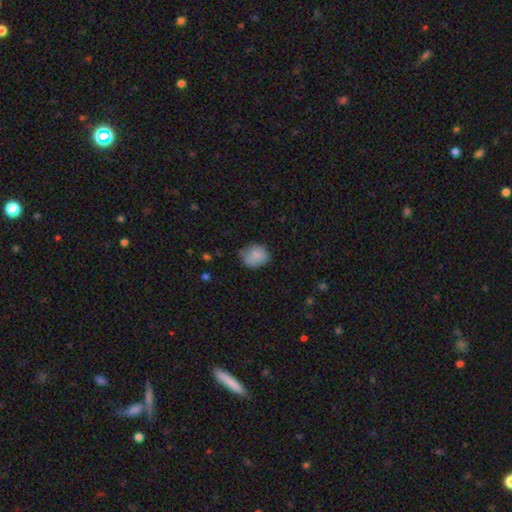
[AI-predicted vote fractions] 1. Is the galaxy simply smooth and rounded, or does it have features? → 84% smooth, 8% star or artifact, 8% featured or disk.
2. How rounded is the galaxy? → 62% round, 37% in between, 1% cigar-shaped.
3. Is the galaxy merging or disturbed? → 65% none, 26% minor disturbance, 6% major disturbance, 2% merger.